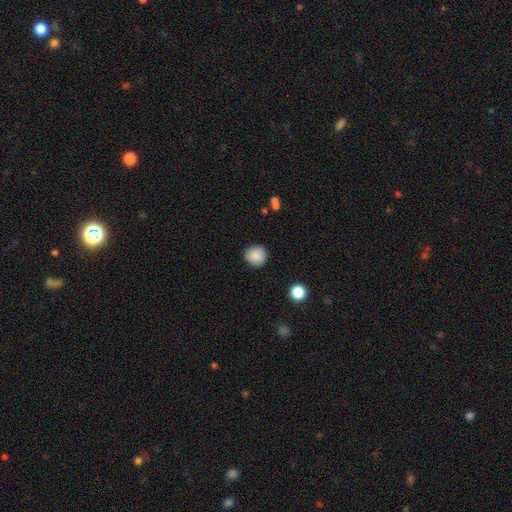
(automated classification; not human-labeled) The model was most divided on "merging": none: 87%, minor disturbance: 10%, major disturbance: 2%, merger: 1%. More confident: how rounded — round (91%); smooth or featured — smooth (87%).